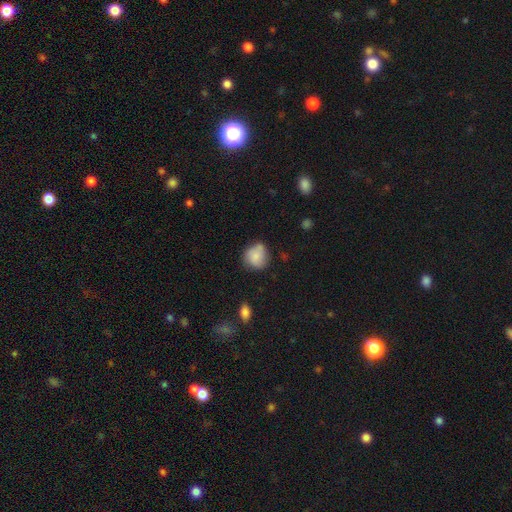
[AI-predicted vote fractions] The model was most divided on "merging": none: 60%, minor disturbance: 27%, major disturbance: 6%, merger: 6%. More confident: how rounded — round (80%); smooth or featured — smooth (77%).